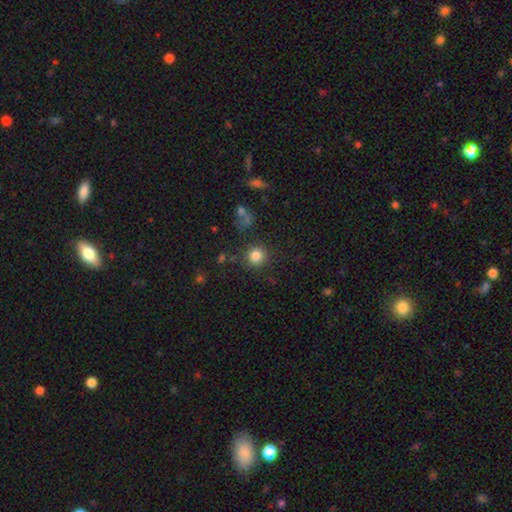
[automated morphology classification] type=smooth (82%); roundness=round (92%); merging=none (85%).